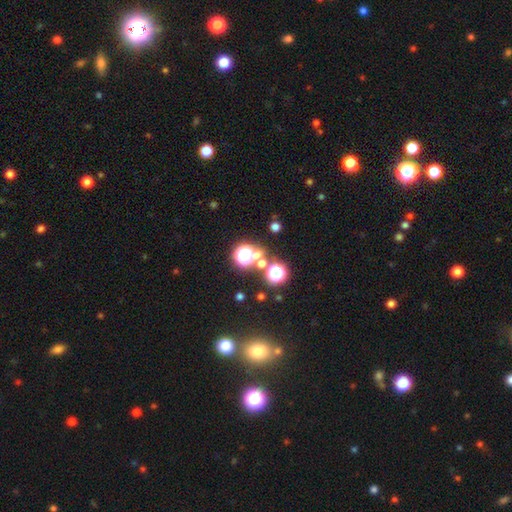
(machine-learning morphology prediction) A star or artifact, not a galaxy (53%).